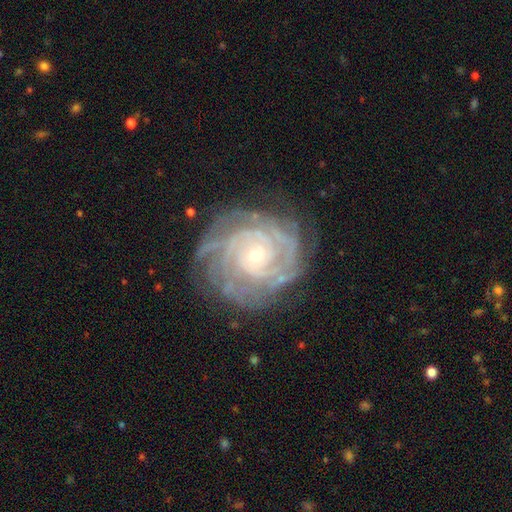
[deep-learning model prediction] Overall: featured or disk (89%). Edge-on disk: no (97%). Bar: no (76%). Spiral arms: yes (97%). Spiral arm count: can't tell (26%; 4 23%). Spiral winding: tight (81%). Bulge size: small (73%). Merging: none (75%).